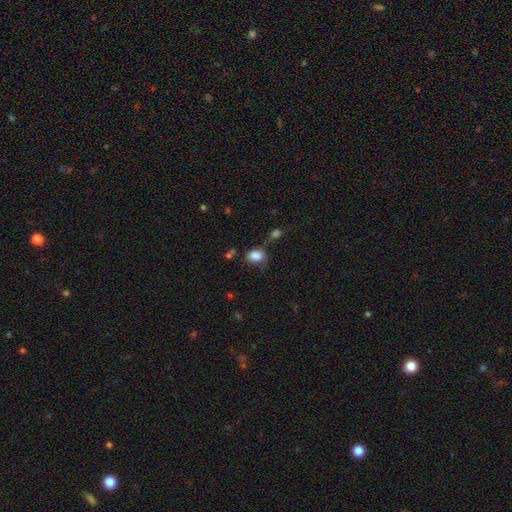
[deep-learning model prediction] smooth-or-featured: smooth: 83% | star or artifact: 10% | featured or disk: 7%
  how-rounded: in between: 65% | round: 34% | cigar-shaped: 1%
  merging: none: 49% | minor disturbance: 24% | merger: 15% | major disturbance: 12%